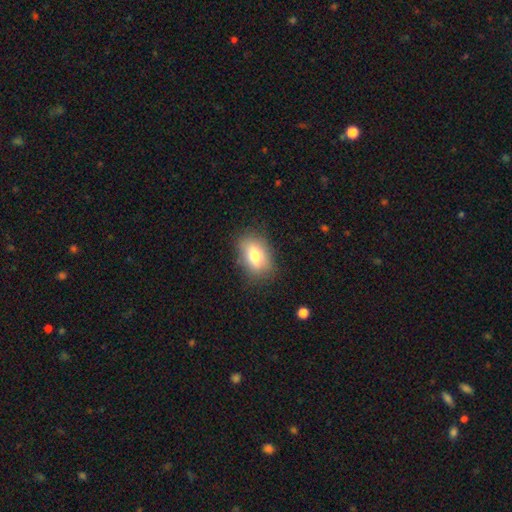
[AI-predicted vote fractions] This is likely a smooth galaxy (75%). How rounded: clearly in between (83%). Merging: clearly none (80%).